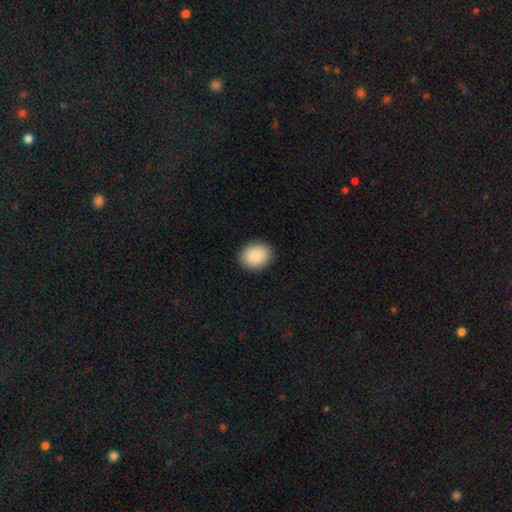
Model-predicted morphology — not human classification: A smooth galaxy with no disk features (90%) that is round (53%). Merging: none (90%).